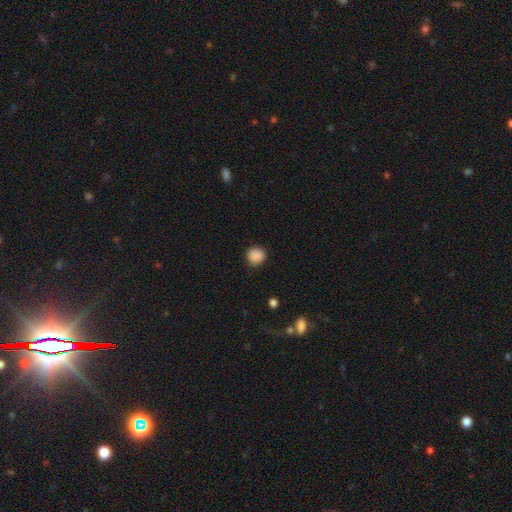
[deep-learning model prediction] Smooth or featured? Predicted: smooth (p=0.88). How rounded? Predicted: round (p=0.91). Merging? Predicted: none (p=0.89).